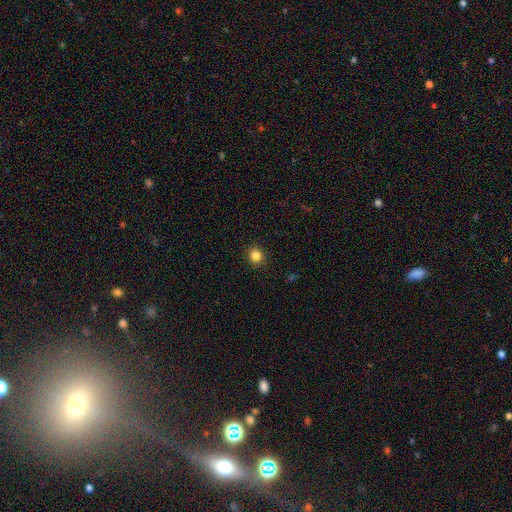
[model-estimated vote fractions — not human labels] Smooth or featured: smooth — 84% (star or artifact — 11%)
How rounded: round — 86% (in between — 13%)
Merging: none — 92% (minor disturbance — 6%)